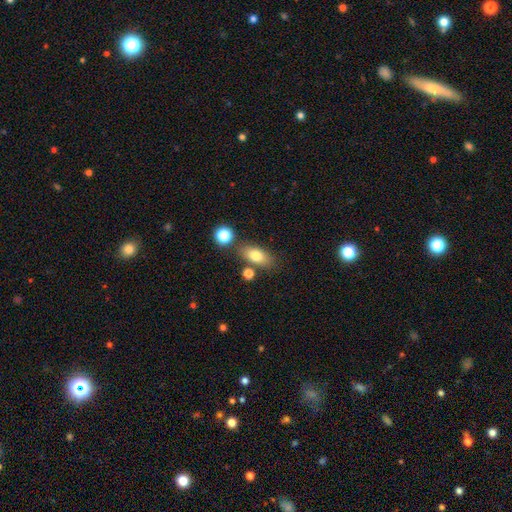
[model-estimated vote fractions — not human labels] Overall: smooth (77%). How rounded: in between (83%). Merging: none (73%).